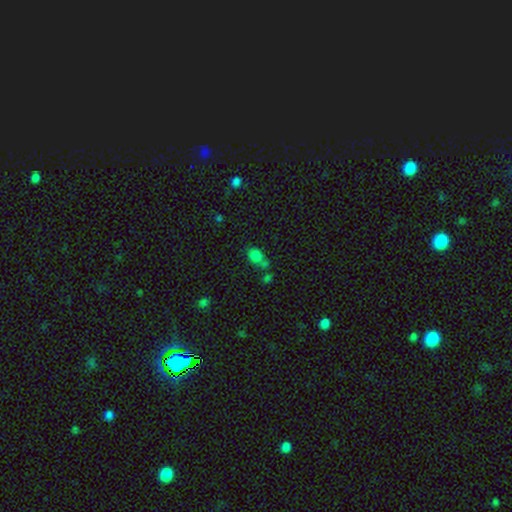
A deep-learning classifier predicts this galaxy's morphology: Q: Smooth or featured?
A: smooth (78%); runner-up: star or artifact (15%)
Q: How rounded?
A: in between (54%); runner-up: round (44%)
Q: Merging?
A: none (45%); runner-up: merger (31%)